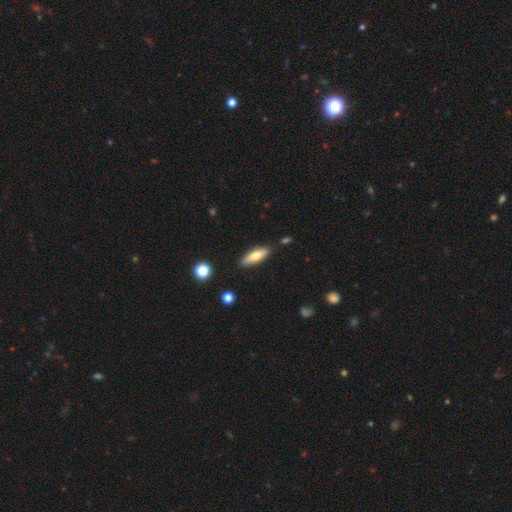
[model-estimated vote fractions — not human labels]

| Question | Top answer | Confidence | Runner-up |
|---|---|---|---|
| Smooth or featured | smooth | 71% | featured or disk (23%) |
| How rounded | in between | 55% | cigar-shaped (43%) |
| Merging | none | 84% | minor disturbance (11%) |